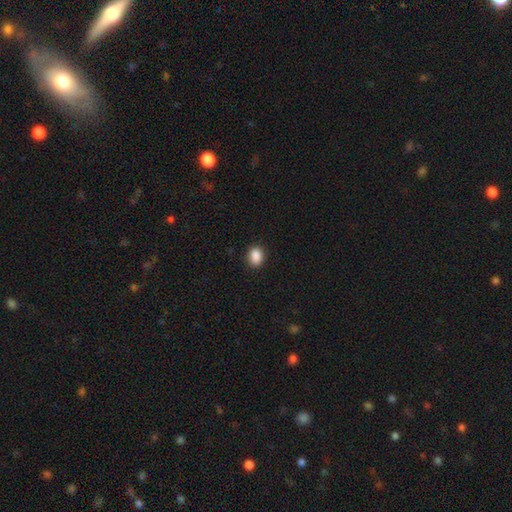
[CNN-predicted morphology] smooth_or_featured: smooth (p=0.89) [alt: star or artifact p=0.08]
how_rounded: in between (p=0.65) [alt: round p=0.34]
merging: none (p=0.89) [alt: minor disturbance p=0.08]